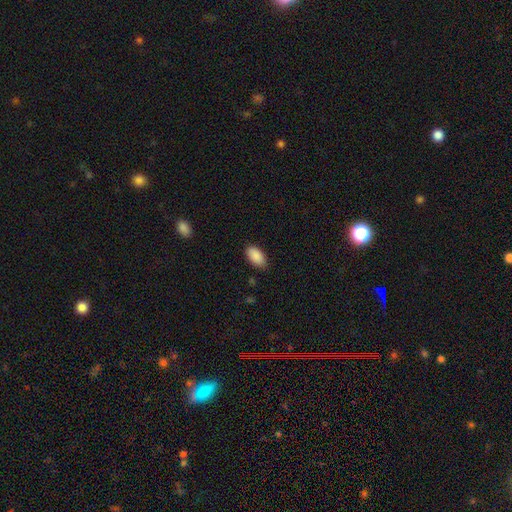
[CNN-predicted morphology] This is clearly a smooth galaxy (90%). How rounded: clearly in between (95%). Merging: clearly none (84%).